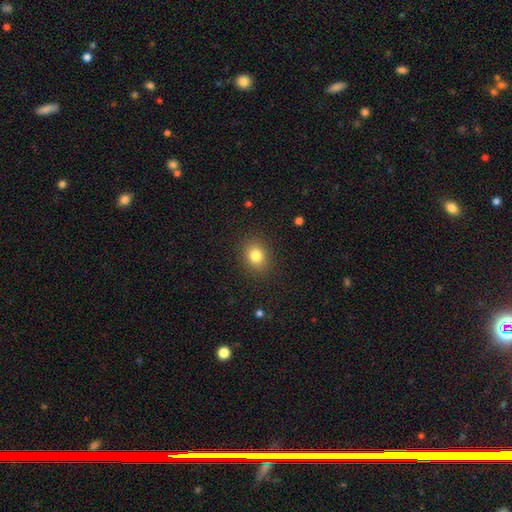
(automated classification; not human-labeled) This is clearly a smooth galaxy (82%). How rounded: likely round (61%). Merging: clearly none (88%).